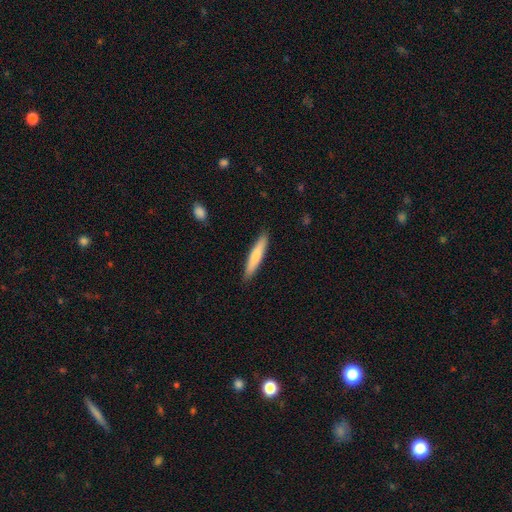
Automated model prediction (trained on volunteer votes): The model was most divided on "smooth or featured": smooth: 75%, featured or disk: 20%, star or artifact: 5%. More confident: how rounded — cigar-shaped (90%); merging — none (89%).